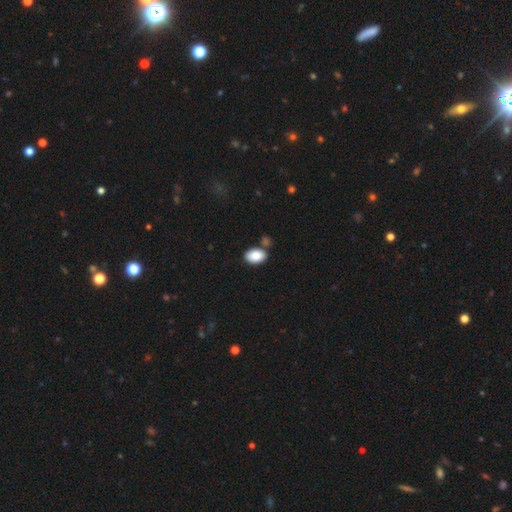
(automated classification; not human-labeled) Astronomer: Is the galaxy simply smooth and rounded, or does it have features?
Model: smooth — 87%.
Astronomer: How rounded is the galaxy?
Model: in between — 91%.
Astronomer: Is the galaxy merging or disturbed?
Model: none — 72%.